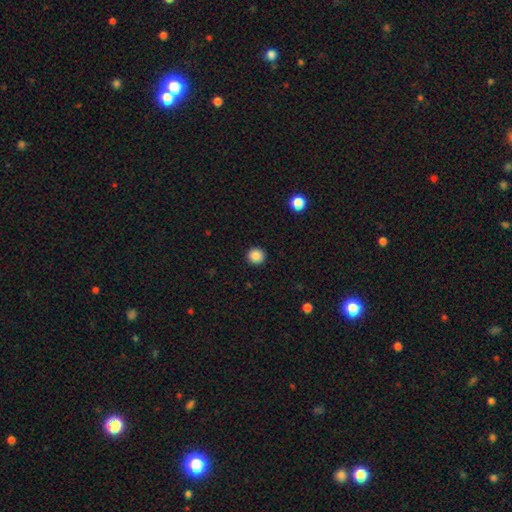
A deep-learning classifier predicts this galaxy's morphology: Q: Smooth or featured?
A: smooth (87%); runner-up: star or artifact (10%)
Q: How rounded?
A: round (94%); runner-up: in between (5%)
Q: Merging?
A: none (92%); runner-up: minor disturbance (5%)